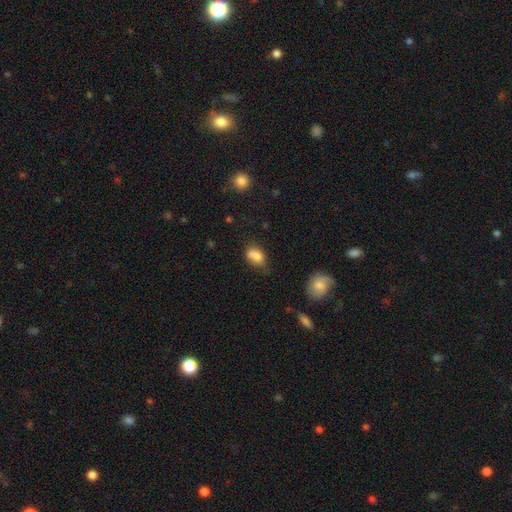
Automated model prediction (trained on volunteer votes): This appears to be a smooth galaxy with no disk features (76%) that is in between round and cigar-shaped (70%). Merging: merger (39%).